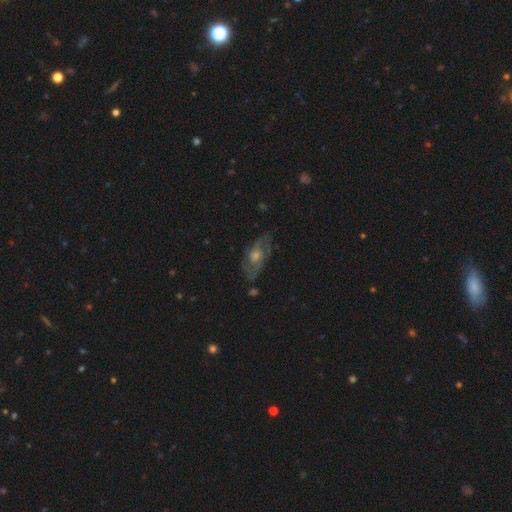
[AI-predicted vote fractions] This is likely a featured or disk galaxy (68%). It is clearly not viewed edge-on (86%). Bar: likely no (73%). Spiral arm pattern: likely yes (76%). Central bulge: possibly moderate (59%). Merging: likely none (72%).